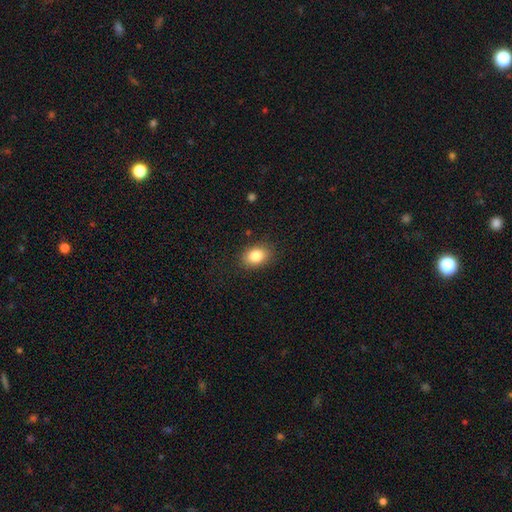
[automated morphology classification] This is clearly a smooth galaxy (84%). How rounded: likely in between (72%). Merging: clearly none (86%).